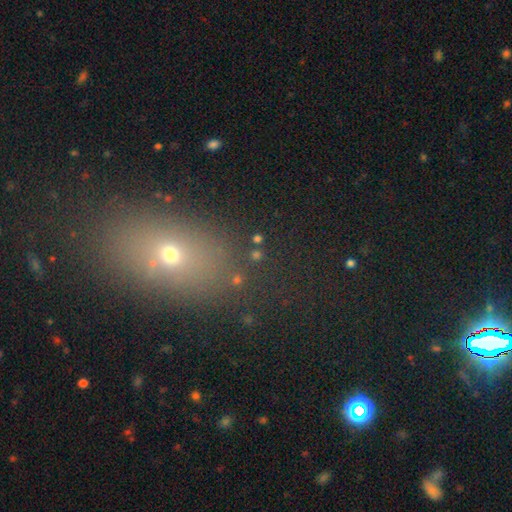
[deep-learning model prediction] Smooth or featured?
  - smooth: 48% *
  - star or artifact: 39%
  - featured or disk: 13%
Merging?
  - none: 71% *
  - minor disturbance: 11%
  - merger: 10%
  - major disturbance: 8%